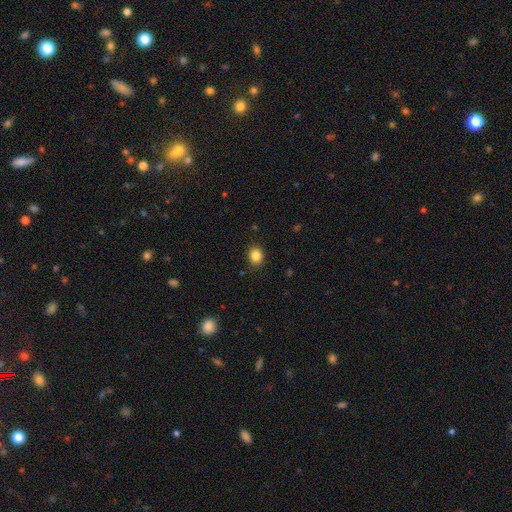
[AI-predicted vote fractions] A smooth galaxy with no disk features (85%) that is round (65%). Merging: none (87%).